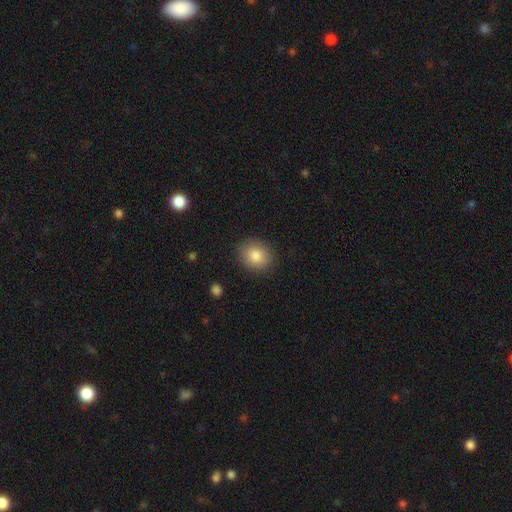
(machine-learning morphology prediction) The model was most divided on "how rounded": round: 62%, in between: 37%, cigar-shaped: 1%. More confident: merging — none (88%); smooth or featured — smooth (84%).